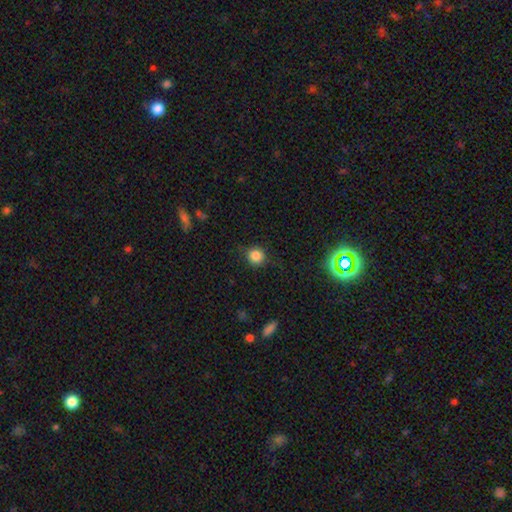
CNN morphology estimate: A smooth galaxy with no disk features (85%) that is round (92%). Merging: none (83%).